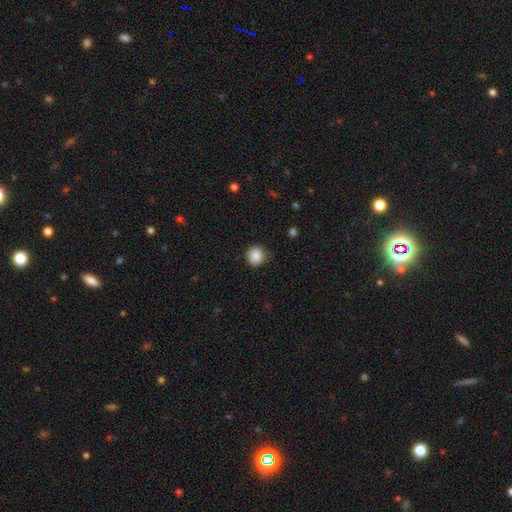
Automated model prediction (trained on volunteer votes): This is clearly a smooth galaxy (88%). How rounded: clearly round (91%). Merging: clearly none (84%).